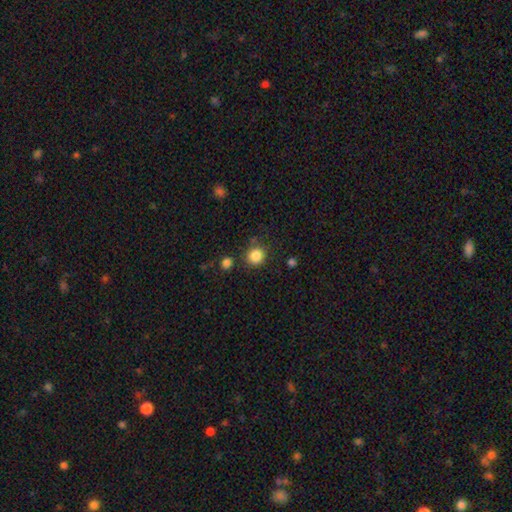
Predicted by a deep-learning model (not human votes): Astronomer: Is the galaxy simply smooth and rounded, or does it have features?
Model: smooth — 86%.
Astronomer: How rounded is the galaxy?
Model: round — 86%.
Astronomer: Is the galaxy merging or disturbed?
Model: none — 79%.